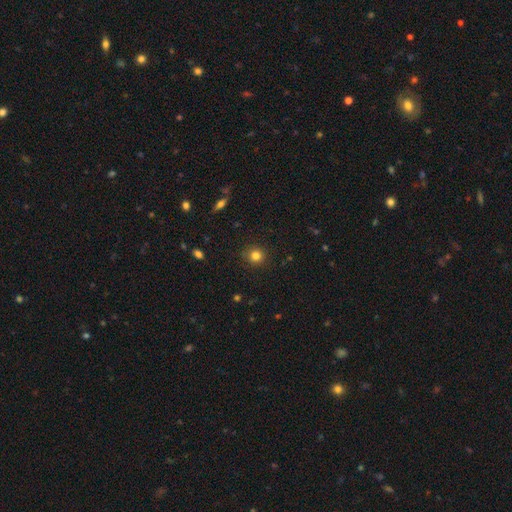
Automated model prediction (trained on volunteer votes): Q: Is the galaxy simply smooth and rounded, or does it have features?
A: smooth — 82%.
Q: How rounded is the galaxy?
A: round — 92%.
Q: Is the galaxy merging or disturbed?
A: none — 89%.